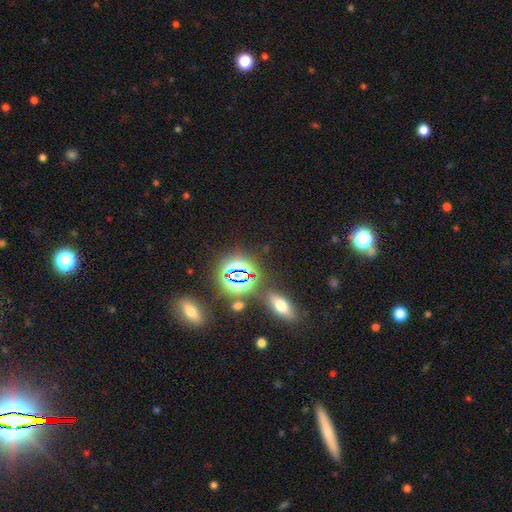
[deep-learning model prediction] Overall: star or artifact (62%; smooth 24%).